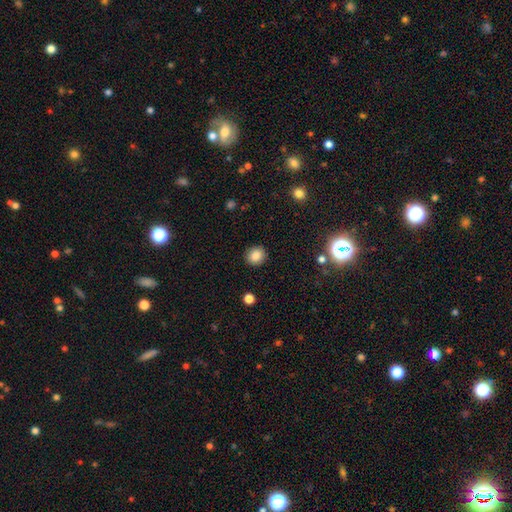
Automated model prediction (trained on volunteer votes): Q: Smooth or featured?
A: smooth (85%); runner-up: star or artifact (10%)
Q: How rounded?
A: round (83%); runner-up: in between (16%)
Q: Merging?
A: none (91%); runner-up: minor disturbance (6%)